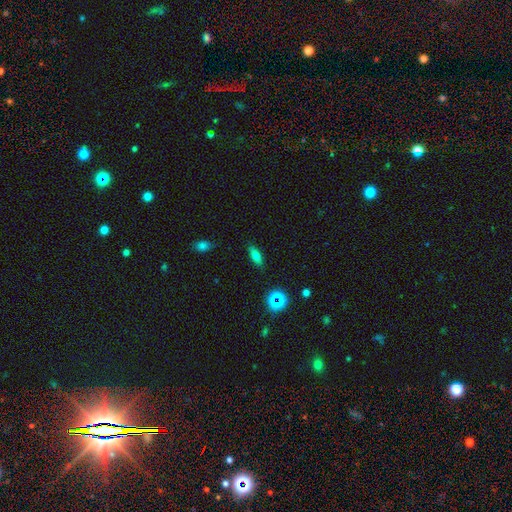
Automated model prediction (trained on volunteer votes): Overall: smooth (71%). How rounded: in between (69%). Merging: none (86%).